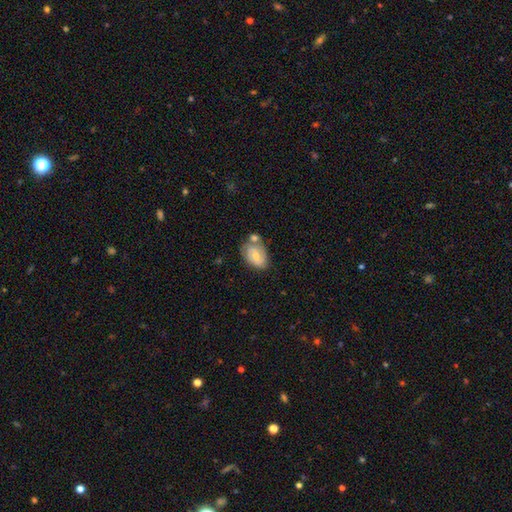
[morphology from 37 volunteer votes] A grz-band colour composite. It shows a smooth galaxy with no disk features (49%) that is in between round and cigar-shaped (72%). Merging: merger (43%).